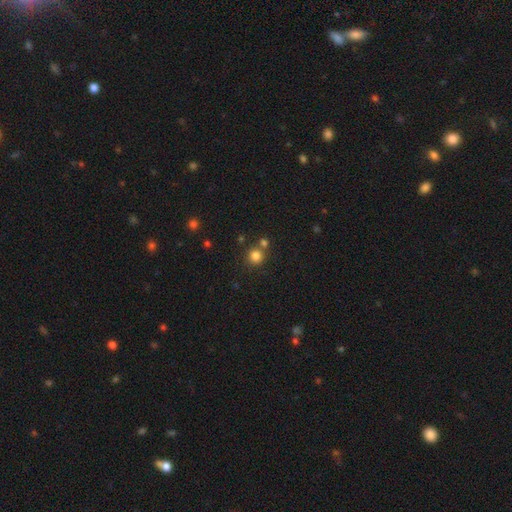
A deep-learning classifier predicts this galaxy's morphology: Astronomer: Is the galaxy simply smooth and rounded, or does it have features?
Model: smooth — 82%.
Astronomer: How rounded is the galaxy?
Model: round — 92%.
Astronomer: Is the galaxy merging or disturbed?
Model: none — 70%.